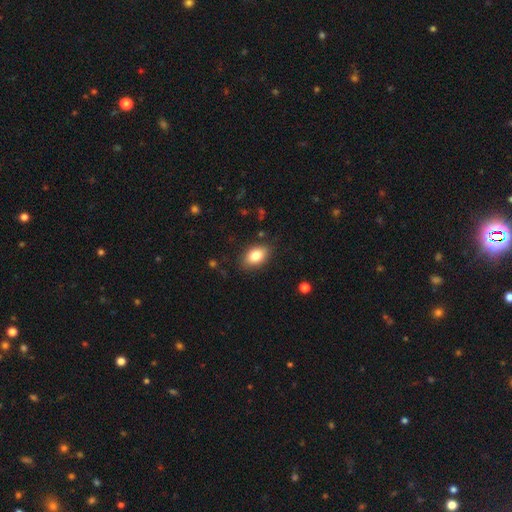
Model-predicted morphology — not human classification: smooth 83%, featured or disk 9%, star or artifact 8%. Down the decision tree: how rounded — in between (88%); merging — none (85%).